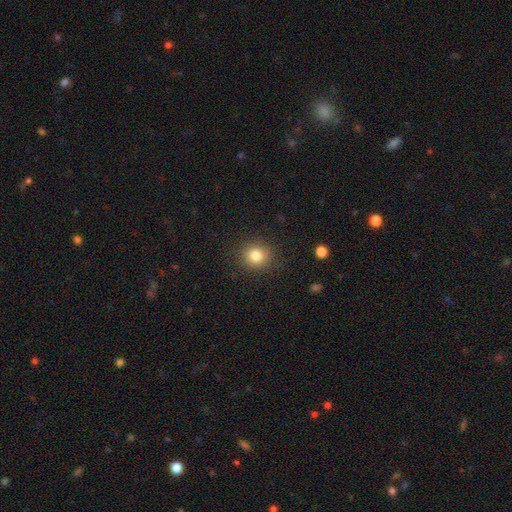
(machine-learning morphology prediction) type=smooth (81%); roundness=round (87%); merging=none (88%).